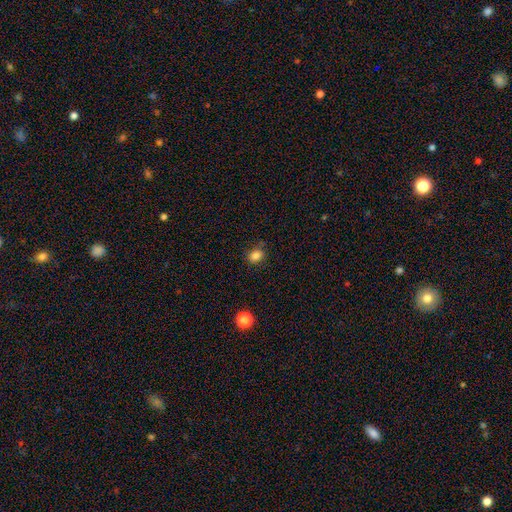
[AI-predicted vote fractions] smooth_or_featured: smooth (p=0.83) [alt: star or artifact p=0.12]
how_rounded: round (p=0.53) [alt: in between p=0.46]
merging: none (p=0.78) [alt: minor disturbance p=0.16]